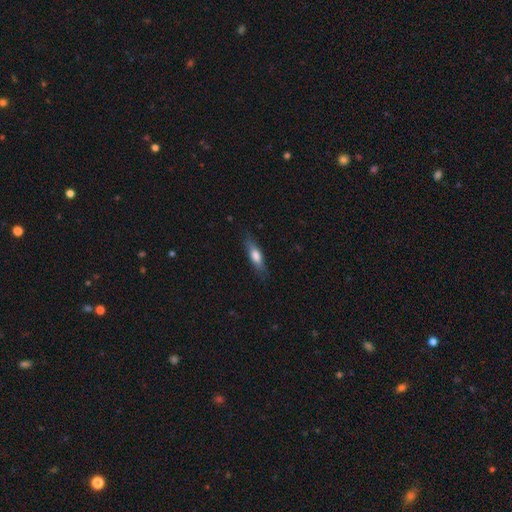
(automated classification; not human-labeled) Smooth or featured: smooth — 68% (featured or disk — 26%)
How rounded: cigar-shaped — 56% (in between — 42%)
Merging: none — 79% (minor disturbance — 16%)